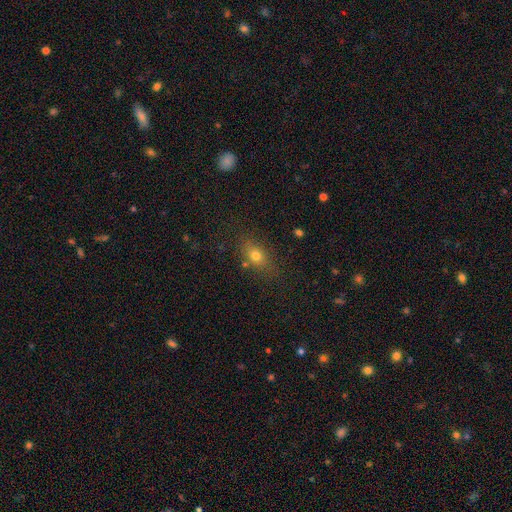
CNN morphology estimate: smooth 73%, star or artifact 14%, featured or disk 13%. Down the decision tree: how rounded — in between (67%); merging — none (75%).